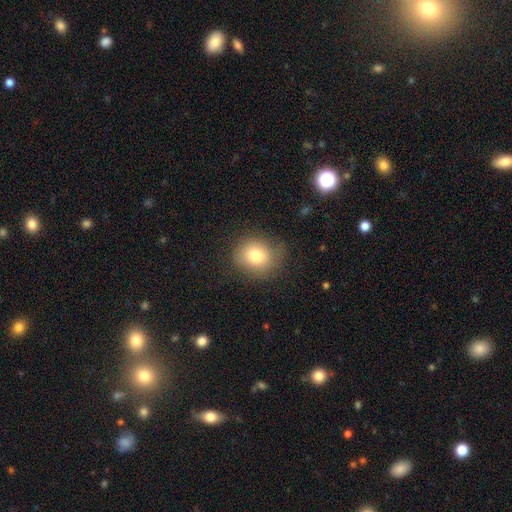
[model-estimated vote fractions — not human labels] Smooth or featured? smooth (77%)
How rounded? round (77%)
Merging? none (74%)